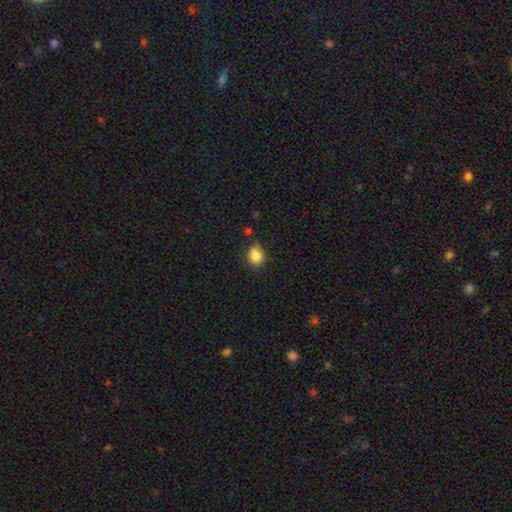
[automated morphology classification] smooth_or_featured: smooth (p=0.84) [alt: star or artifact p=0.10]
how_rounded: round (p=0.60) [alt: in between p=0.39]
merging: none (p=0.62) [alt: minor disturbance p=0.28]